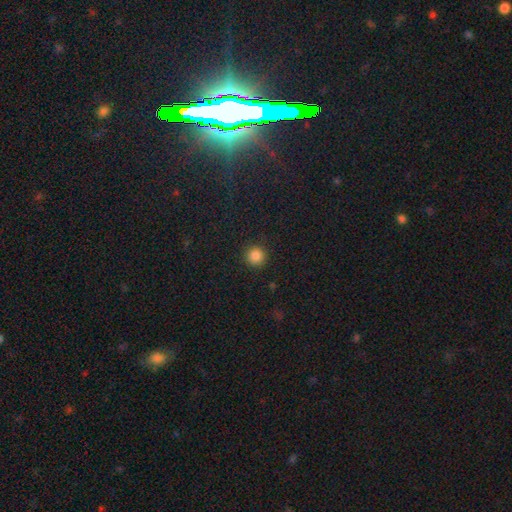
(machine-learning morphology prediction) This is clearly a smooth galaxy (86%). How rounded: clearly round (95%). Merging: clearly none (92%).